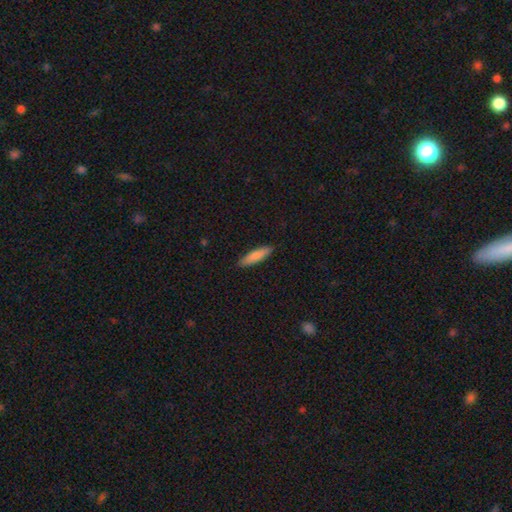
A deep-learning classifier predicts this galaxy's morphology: Smooth or featured? Predicted: smooth (p=0.82). How rounded? Predicted: cigar-shaped (p=0.74). Merging? Predicted: none (p=0.89).